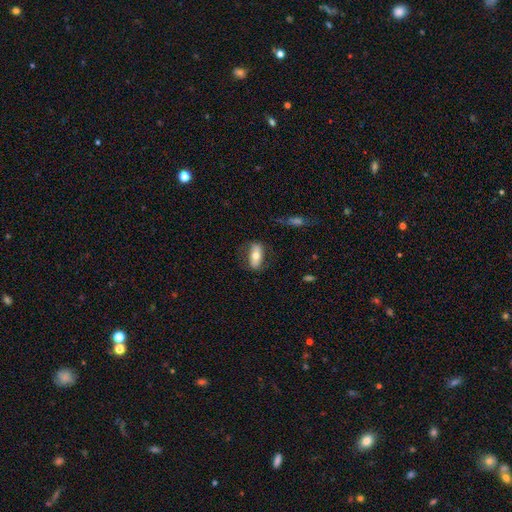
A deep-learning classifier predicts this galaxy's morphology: This appears to be a smooth galaxy with no disk features (62%) that is in between round and cigar-shaped (84%). Merging: none (71%).